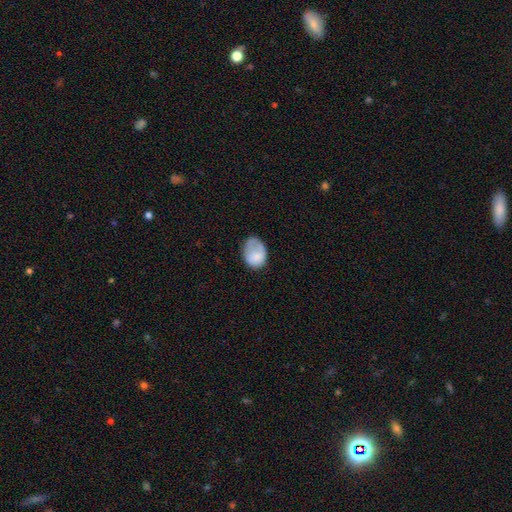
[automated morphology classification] smooth-or-featured: smooth: 74% | featured or disk: 18% | star or artifact: 8%
  how-rounded: in between: 68% | round: 31% | cigar-shaped: 1%
  merging: none: 42% | minor disturbance: 33% | major disturbance: 22% | merger: 3%